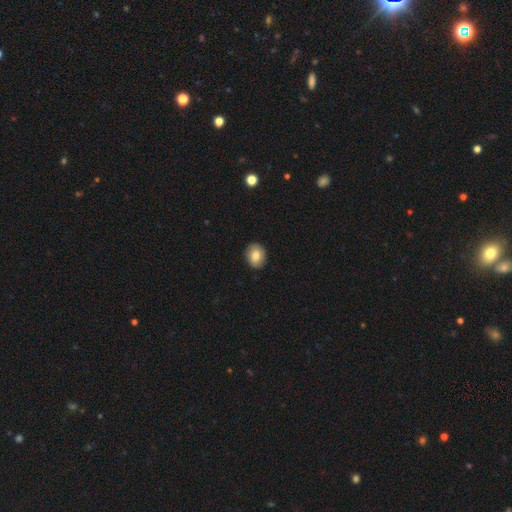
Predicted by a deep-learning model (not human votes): The model was most divided on "how rounded": round: 51%, in between: 49%, cigar-shaped: 1%. More confident: merging — none (88%); smooth or featured — smooth (82%).